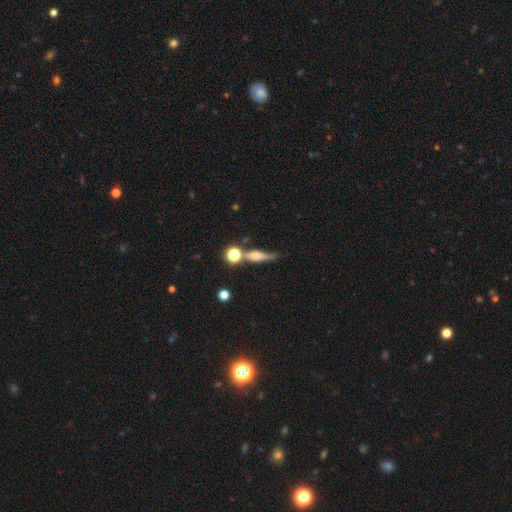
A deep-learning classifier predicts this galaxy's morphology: Overall: featured or disk (45%; smooth 42%). Merging: none (54%; minor disturbance 18%).